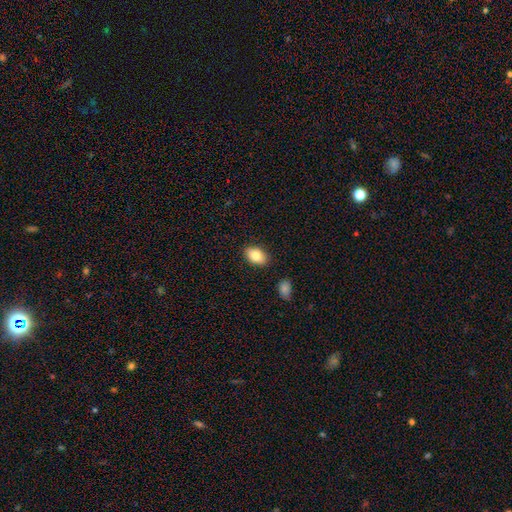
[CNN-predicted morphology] smooth_or_featured: smooth (p=0.84) [alt: featured or disk p=0.09]
how_rounded: in between (p=0.91) [alt: round p=0.08]
merging: none (p=0.87) [alt: minor disturbance p=0.09]